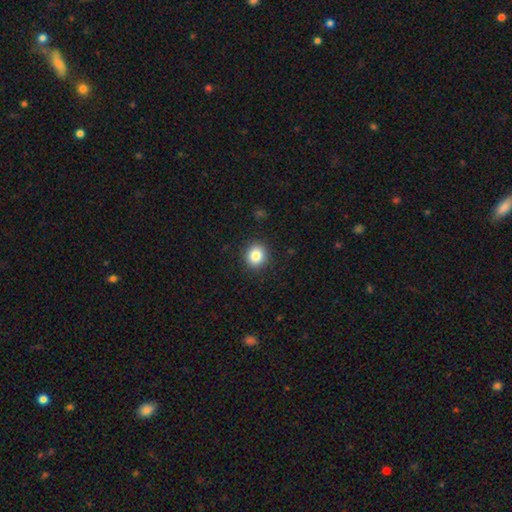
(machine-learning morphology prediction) Overall: smooth (84%). How rounded: round (83%). Merging: none (91%).